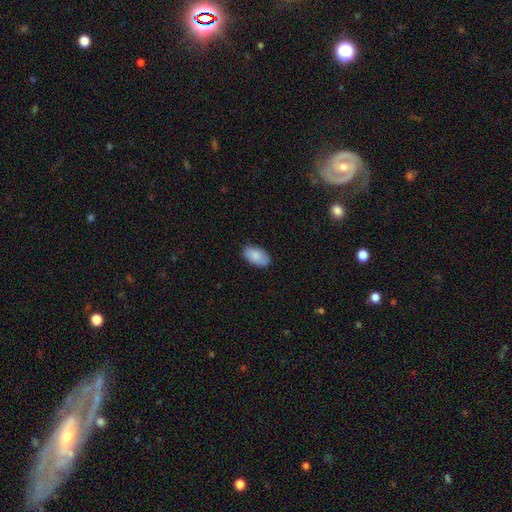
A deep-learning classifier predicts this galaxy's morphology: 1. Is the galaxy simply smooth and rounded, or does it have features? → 87% smooth, 7% featured or disk, 6% star or artifact.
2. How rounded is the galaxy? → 94% in between, 4% round, 2% cigar-shaped.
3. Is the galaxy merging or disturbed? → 83% none, 13% minor disturbance, 2% major disturbance, 1% merger.